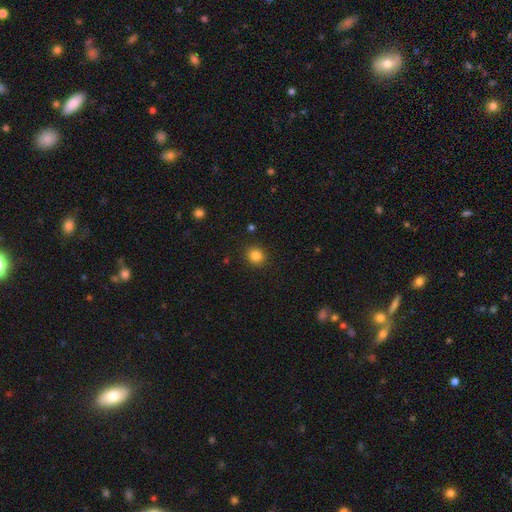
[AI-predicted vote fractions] Overall: smooth (85%). How rounded: round (87%). Merging: none (90%).